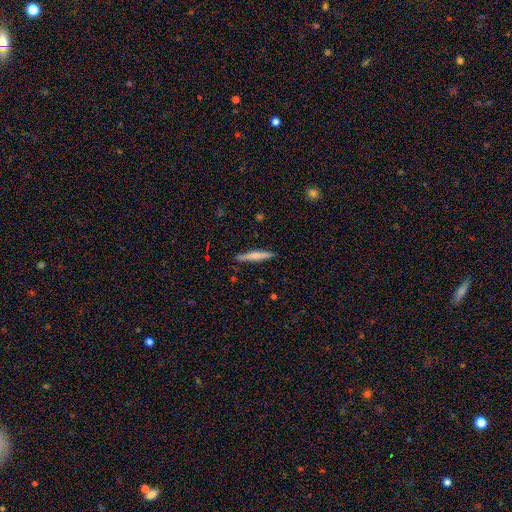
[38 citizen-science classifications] Volunteers were most divided on "smooth or featured": smooth: 63%, featured or disk: 32%, star or artifact: 5%. More confident: how rounded — cigar-shaped (100%); merging — none (92%).